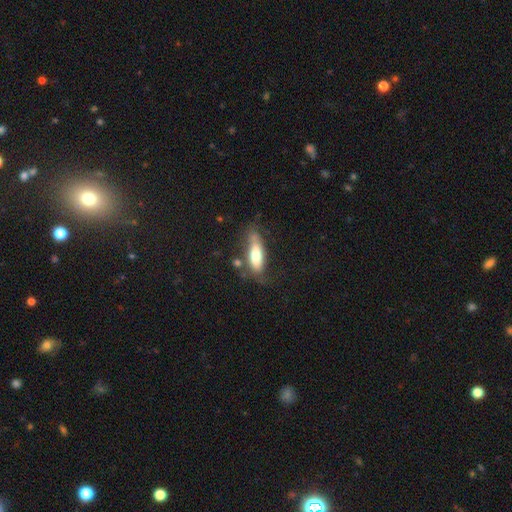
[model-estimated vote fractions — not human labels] This appears to be a smooth galaxy with no disk features (66%) that is in between round and cigar-shaped (58%). Merging: none (52%).